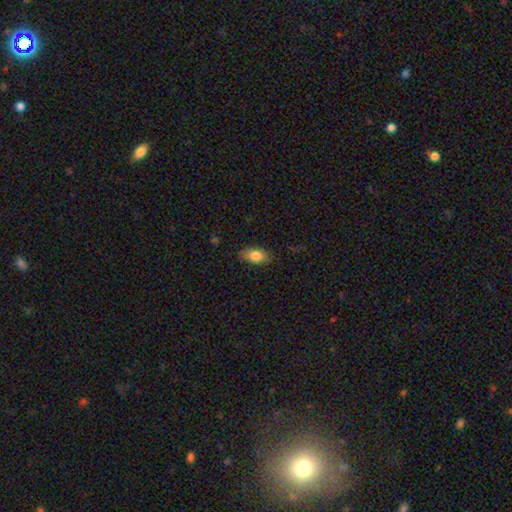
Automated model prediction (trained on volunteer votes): The model was most divided on "merging": none: 84%, minor disturbance: 13%, major disturbance: 3%, merger: 1%. More confident: how rounded — in between (90%); smooth or featured — smooth (84%).